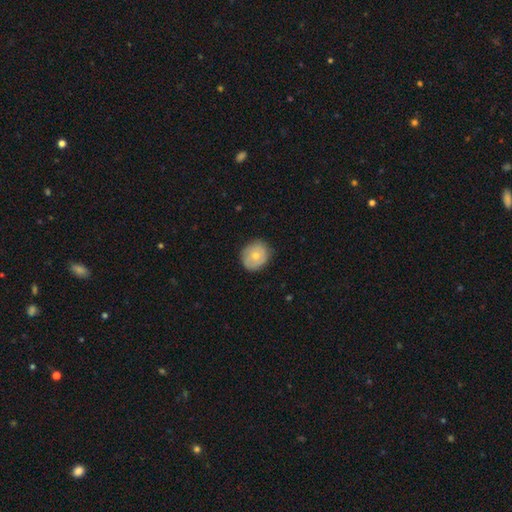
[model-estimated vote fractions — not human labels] Overall: smooth (60%; featured or disk 33%). How rounded: round (76%). Merging: none (81%).